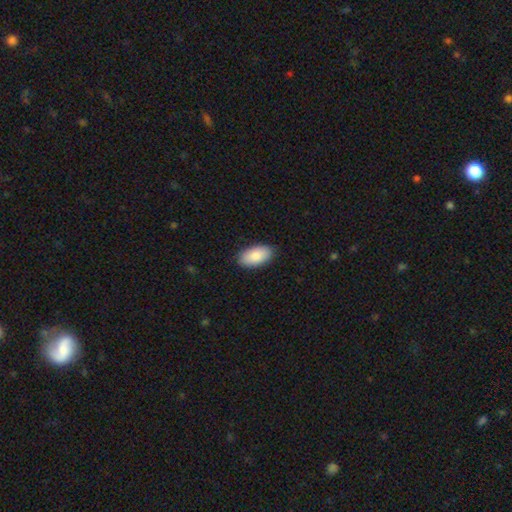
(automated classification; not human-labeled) A smooth galaxy with no disk features (87%) that is in between round and cigar-shaped (96%).

Vote fractions:
- Smooth or featured? smooth: 87% / featured or disk: 7% / star or artifact: 6%
- How rounded? in between: 96% / round: 2% / cigar-shaped: 2%
- Merging? none: 87% / minor disturbance: 10% / major disturbance: 2% / merger: 1%